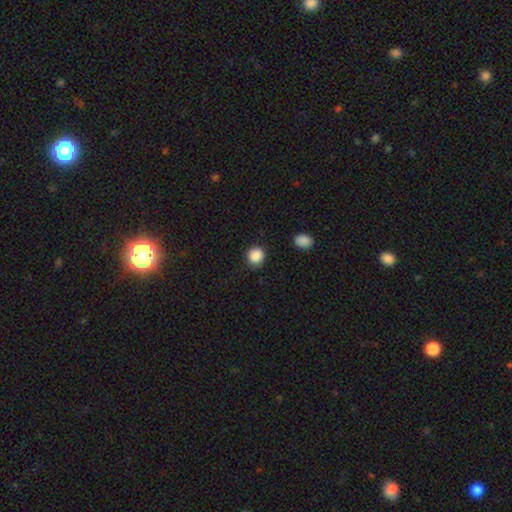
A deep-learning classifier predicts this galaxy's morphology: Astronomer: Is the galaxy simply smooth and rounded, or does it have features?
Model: smooth — 88%.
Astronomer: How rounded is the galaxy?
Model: round — 84%.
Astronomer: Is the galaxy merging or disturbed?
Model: none — 83%.